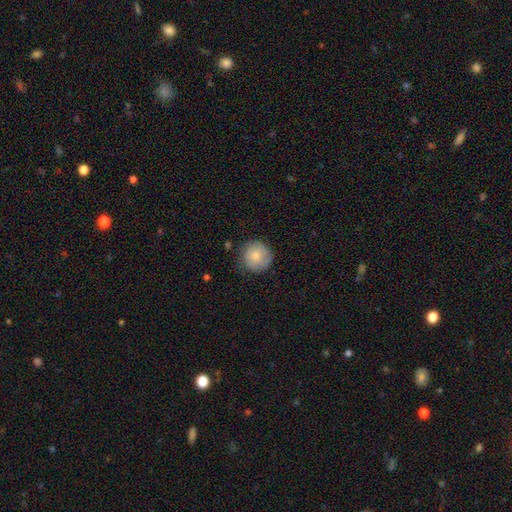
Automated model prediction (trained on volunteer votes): Q: Smooth or featured?
A: smooth (77%); runner-up: featured or disk (17%)
Q: How rounded?
A: round (94%); runner-up: in between (5%)
Q: Merging?
A: none (78%); runner-up: minor disturbance (17%)